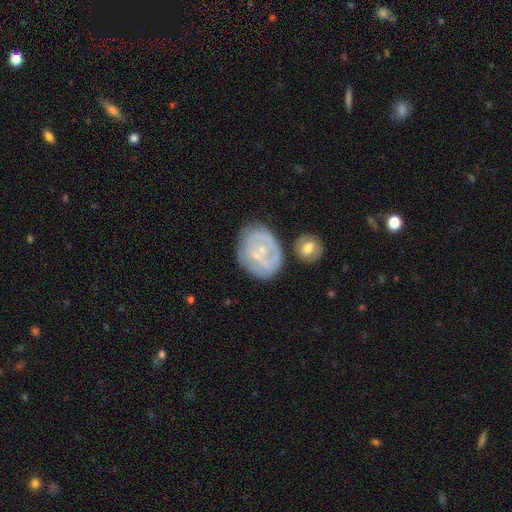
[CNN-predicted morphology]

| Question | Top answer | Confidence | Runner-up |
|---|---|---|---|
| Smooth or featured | featured or disk | 59% | smooth (34%) |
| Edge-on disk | no | 97% | yes (3%) |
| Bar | no | 71% | weak (23%) |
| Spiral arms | no | 52% | yes (48%) |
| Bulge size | small | 75% | moderate (17%) |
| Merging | none | 51% | minor disturbance (23%) |